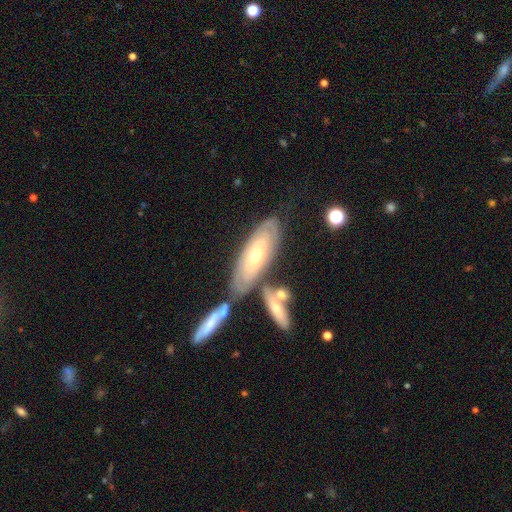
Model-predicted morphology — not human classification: type=featured or disk (63%); edge-on=no (79%); merging=none (62%).